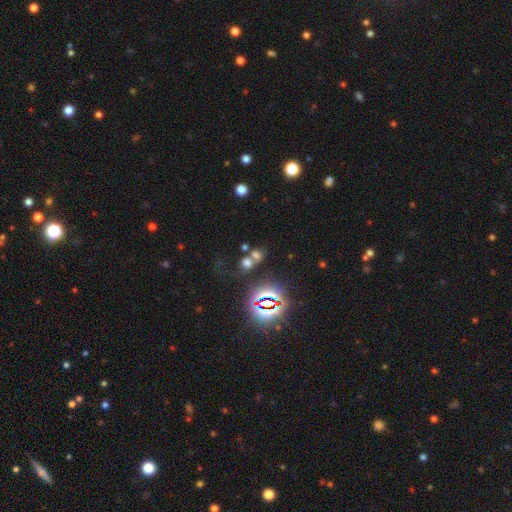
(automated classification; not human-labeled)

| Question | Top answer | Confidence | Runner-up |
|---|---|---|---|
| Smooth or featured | smooth | 51% | star or artifact (36%) |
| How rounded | round | 57% | in between (41%) |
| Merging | merger | 47% | none (39%) |